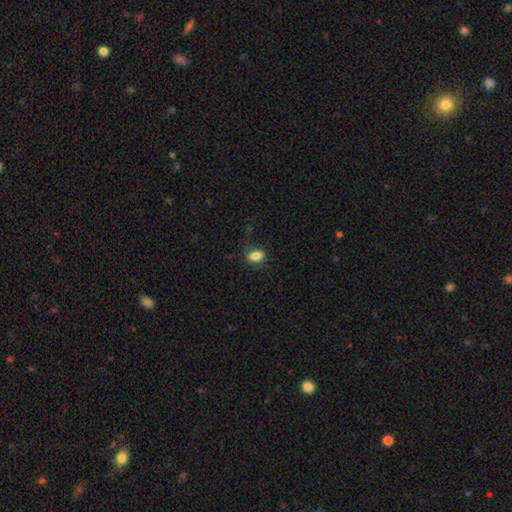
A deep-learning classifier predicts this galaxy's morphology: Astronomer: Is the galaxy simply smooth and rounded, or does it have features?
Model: smooth — 83%.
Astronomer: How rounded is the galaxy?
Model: in between — 84%.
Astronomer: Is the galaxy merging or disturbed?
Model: none — 79%.